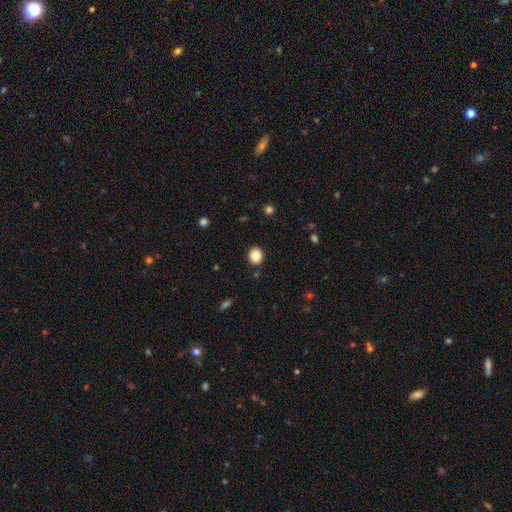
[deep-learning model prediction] The model was most divided on "how rounded": round: 73%, in between: 26%, cigar-shaped: 1%. More confident: merging — none (90%); smooth or featured — smooth (86%).